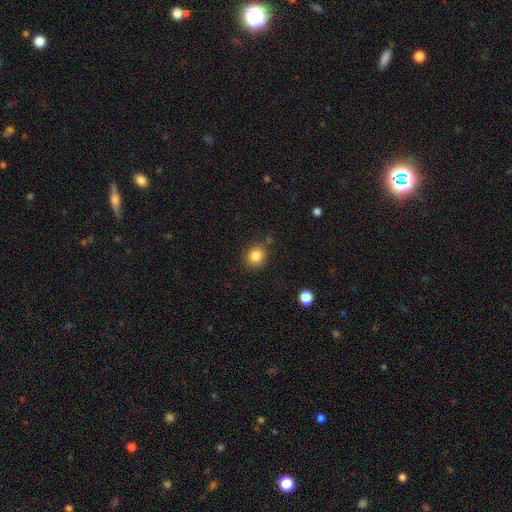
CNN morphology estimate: A smooth galaxy with no disk features (84%) that is round (83%). Merging: none (79%).